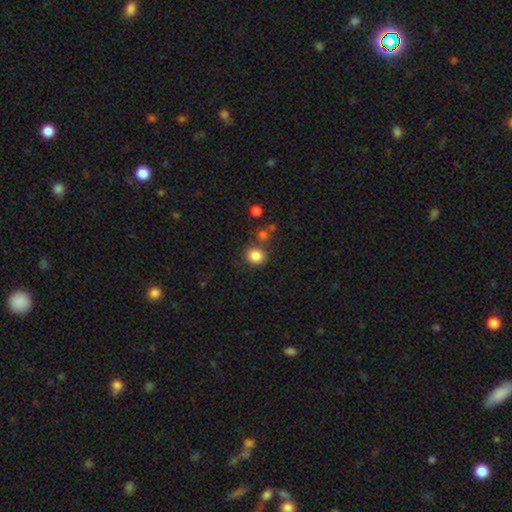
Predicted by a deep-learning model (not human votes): smooth 85%, star or artifact 11%, featured or disk 5%. Down the decision tree: how rounded — round (75%); merging — none (75%).